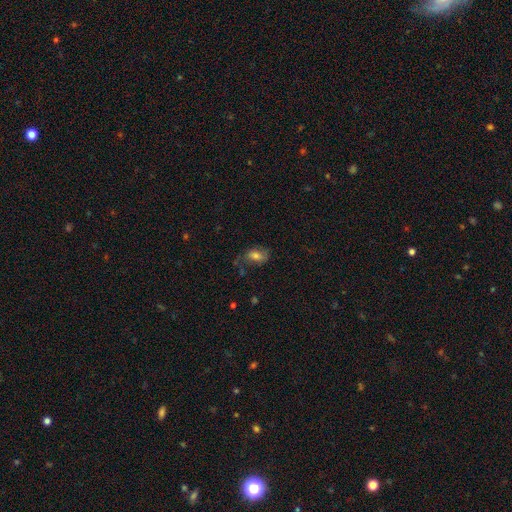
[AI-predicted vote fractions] The model was most divided on "merging": none: 54%, minor disturbance: 25%, major disturbance: 18%, merger: 3%. More confident: how rounded — in between (86%); smooth or featured — smooth (61%).